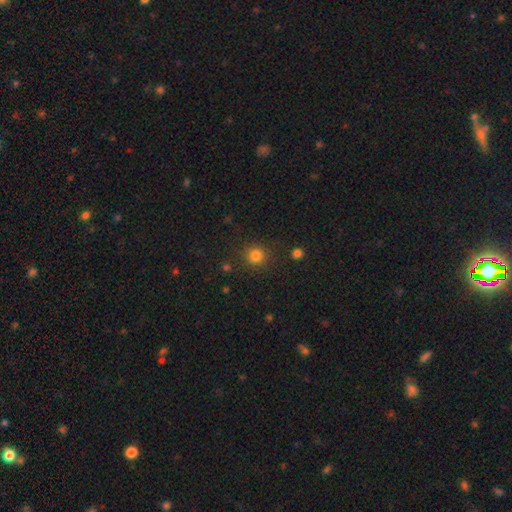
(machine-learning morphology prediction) Smooth or featured? smooth (81%)
How rounded? round (92%)
Merging? none (86%)